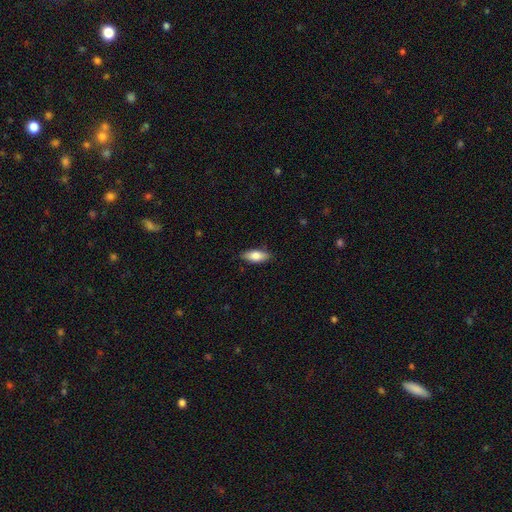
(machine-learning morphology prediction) Smooth or featured?
  - smooth: 80% *
  - featured or disk: 14%
  - star or artifact: 6%
How rounded?
  - in between: 79% *
  - cigar-shaped: 18%
  - round: 2%
Merging?
  - none: 84% *
  - minor disturbance: 12%
  - major disturbance: 2%
  - merger: 1%